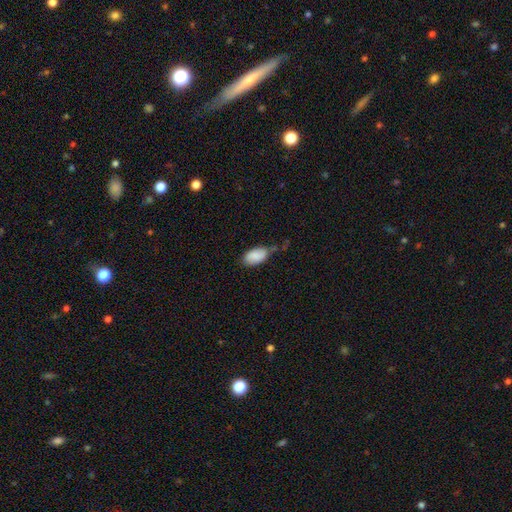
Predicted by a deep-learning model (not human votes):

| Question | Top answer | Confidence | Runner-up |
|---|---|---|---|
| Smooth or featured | smooth | 85% | featured or disk (8%) |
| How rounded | in between | 94% | round (3%) |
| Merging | none | 59% | minor disturbance (29%) |